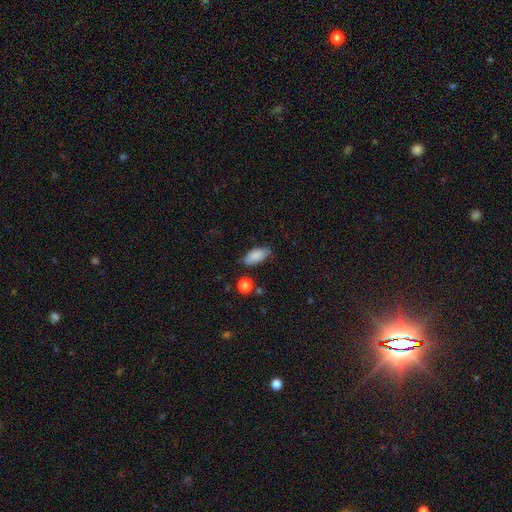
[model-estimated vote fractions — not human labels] A smooth galaxy with no disk features (86%) that is in between round and cigar-shaped (88%). Merging: none (76%).